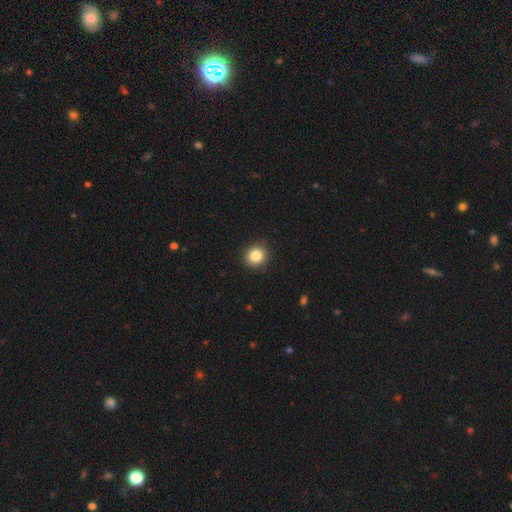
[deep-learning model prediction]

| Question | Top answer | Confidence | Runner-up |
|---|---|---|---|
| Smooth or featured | smooth | 85% | star or artifact (10%) |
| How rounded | round | 89% | in between (10%) |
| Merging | none | 90% | minor disturbance (7%) |